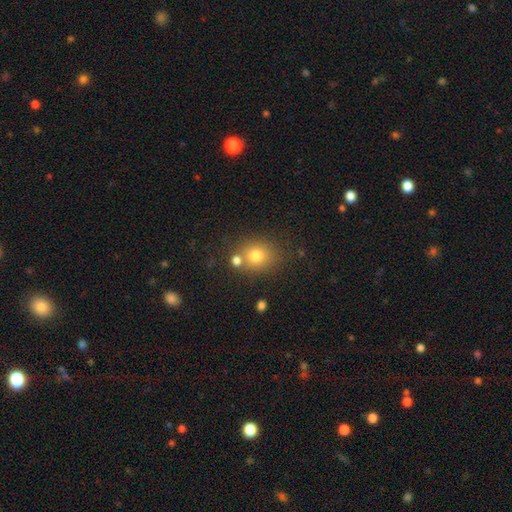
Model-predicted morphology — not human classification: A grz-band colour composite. It shows a smooth galaxy with no disk features (76%) that is round (71%). Merging: none (68%).